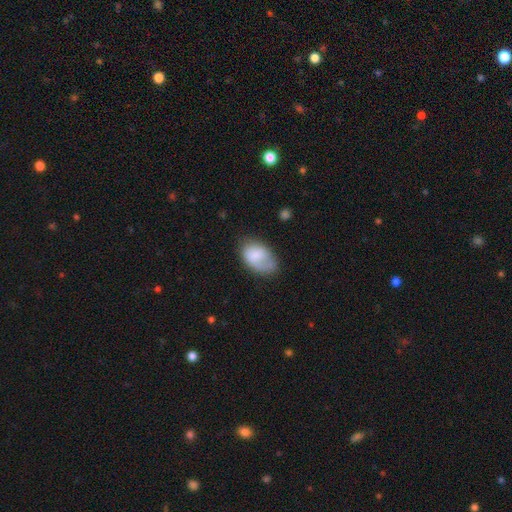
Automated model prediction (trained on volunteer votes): A smooth galaxy with no disk features (76%) that is in between round and cigar-shaped (89%).

Vote fractions:
- Smooth or featured? smooth: 76% / featured or disk: 17% / star or artifact: 7%
- How rounded? in between: 89% / round: 9% / cigar-shaped: 1%
- Merging? none: 50% / minor disturbance: 32% / major disturbance: 15% / merger: 4%